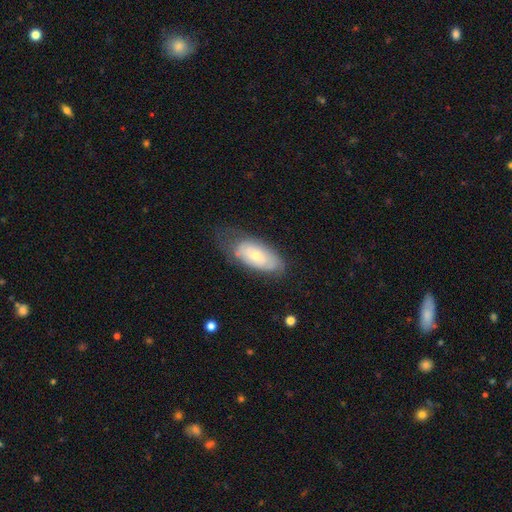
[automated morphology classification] Smooth or featured? Predicted: smooth (p=0.52). How rounded? Predicted: in between (p=0.89). Merging? Predicted: none (p=0.50).